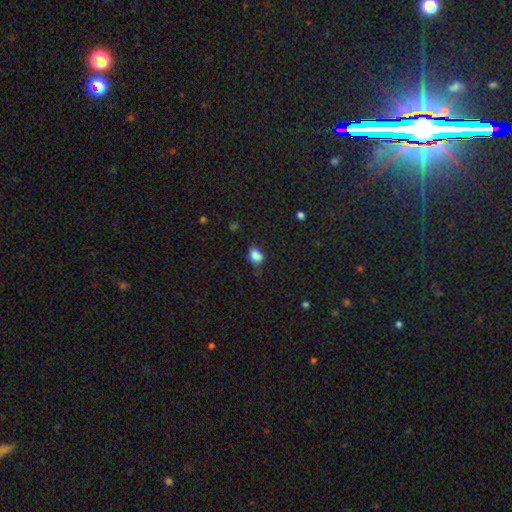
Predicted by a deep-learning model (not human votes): Smooth or featured? smooth (84%)
How rounded? in between (64%)
Merging? none (60%)